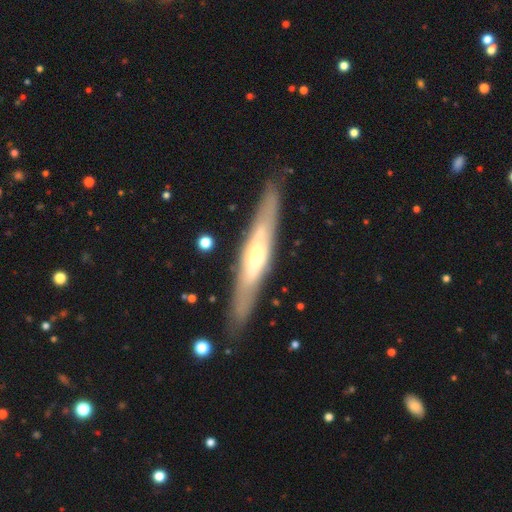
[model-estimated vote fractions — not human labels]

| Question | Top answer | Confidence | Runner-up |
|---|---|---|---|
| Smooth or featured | featured or disk | 59% | smooth (35%) |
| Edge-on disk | yes | 76% | no (24%) |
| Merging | none | 83% | minor disturbance (12%) |